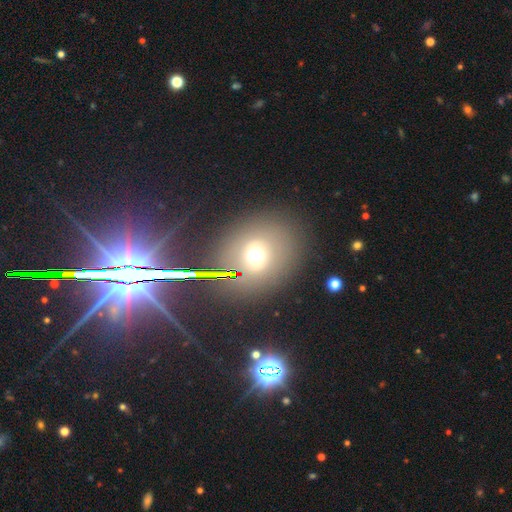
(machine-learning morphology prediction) The model was most divided on "smooth or featured": smooth: 57%, star or artifact: 25%, featured or disk: 18%. More confident: merging — none (77%); how rounded — round (72%).